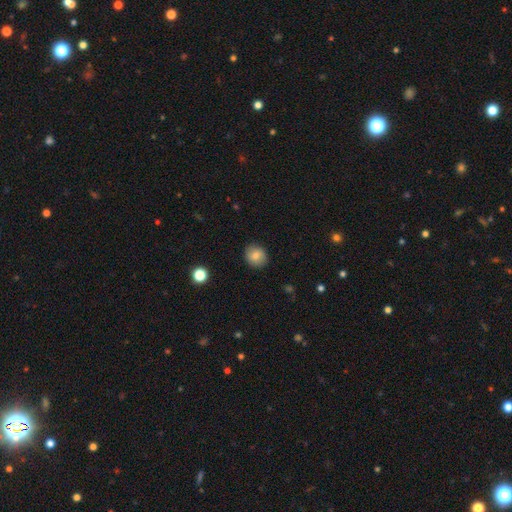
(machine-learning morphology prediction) smooth-or-featured: smooth: 81% | featured or disk: 10% | star or artifact: 9%
  how-rounded: round: 83% | in between: 16% | cigar-shaped: 1%
  merging: none: 88% | minor disturbance: 8% | major disturbance: 2% | merger: 1%